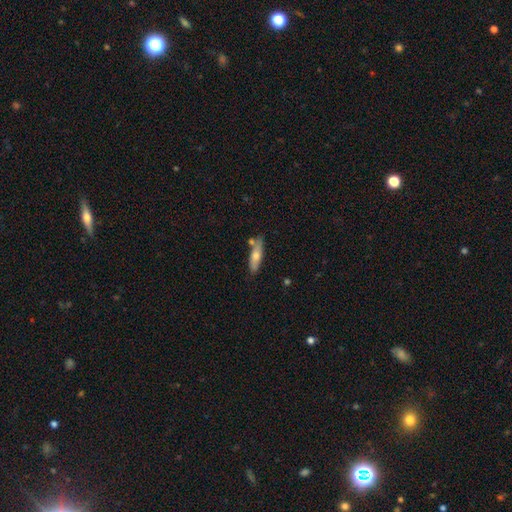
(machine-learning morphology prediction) Overall: smooth (56%; featured or disk 38%). How rounded: cigar-shaped (65%; in between 33%). Merging: none (74%).